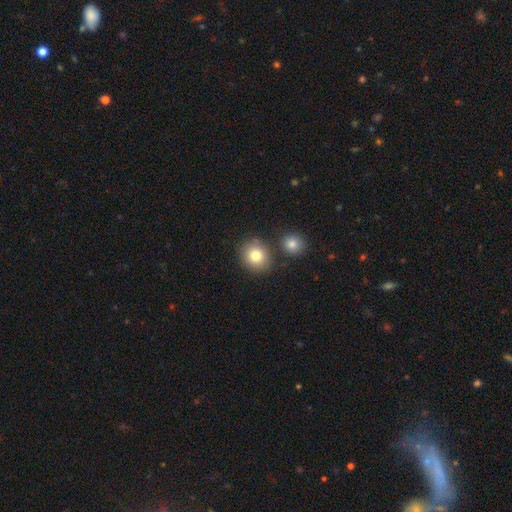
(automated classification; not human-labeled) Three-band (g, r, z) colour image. It shows a smooth galaxy with no disk features (80%) that is round (82%). Merging: none (76%).